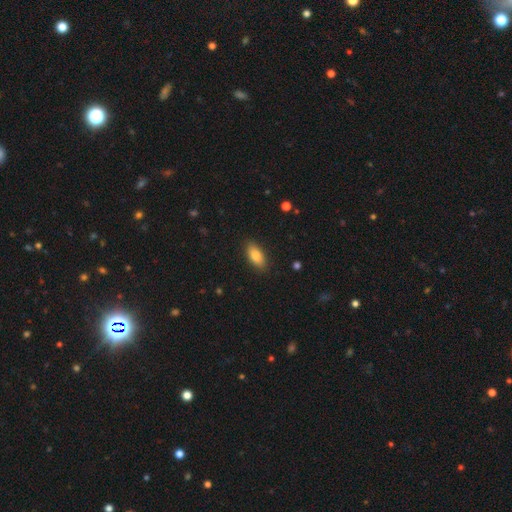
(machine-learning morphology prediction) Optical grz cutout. It shows a smooth galaxy with no disk features (85%) that is in between round and cigar-shaped (87%). Merging: none (87%).